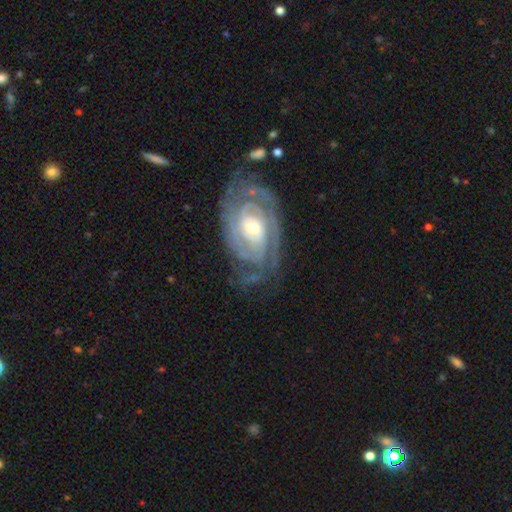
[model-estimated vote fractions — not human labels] The model was most divided on "spiral arm count": 2: 34%, 3: 24%, can't tell: 21%, 4: 10%, more than 4: 6%, 1: 5%. More confident: spiral arms — yes (97%); edge-on disk — no (96%); smooth or featured — featured or disk (89%); spiral winding — tight (75%); merging — none (73%); bar — no (58%); bulge size — moderate (55%).